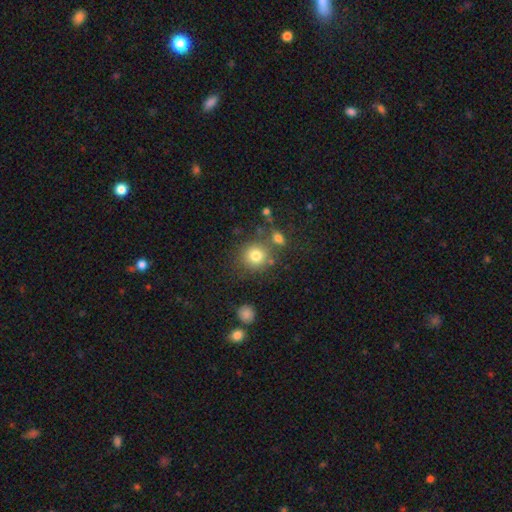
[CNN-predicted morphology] Smooth or featured? smooth (79%)
How rounded? round (89%)
Merging? none (73%)